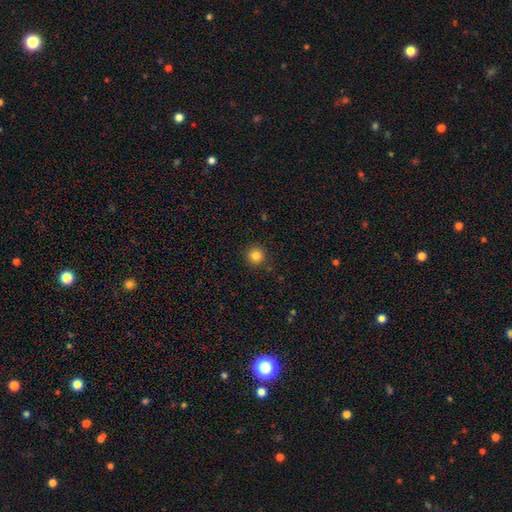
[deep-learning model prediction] Smooth or featured: smooth — 84% (star or artifact — 12%)
How rounded: round — 94% (in between — 5%)
Merging: none — 89% (minor disturbance — 7%)